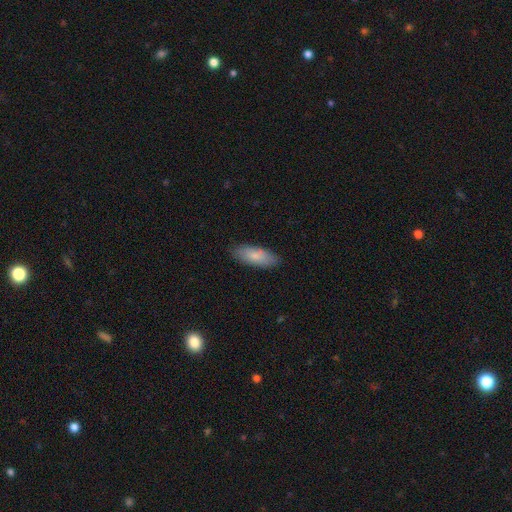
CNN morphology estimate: smooth 82%, featured or disk 12%, star or artifact 6%. Down the decision tree: how rounded — in between (73%); merging — none (86%).